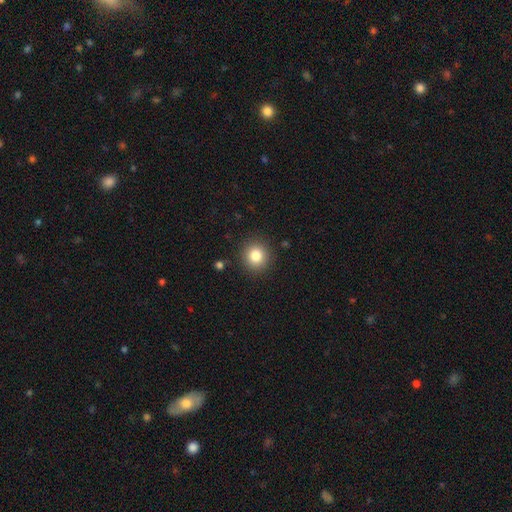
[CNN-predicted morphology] The model was most divided on "smooth or featured": smooth: 82%, star or artifact: 11%, featured or disk: 7%. More confident: how rounded — round (91%); merging — none (89%).